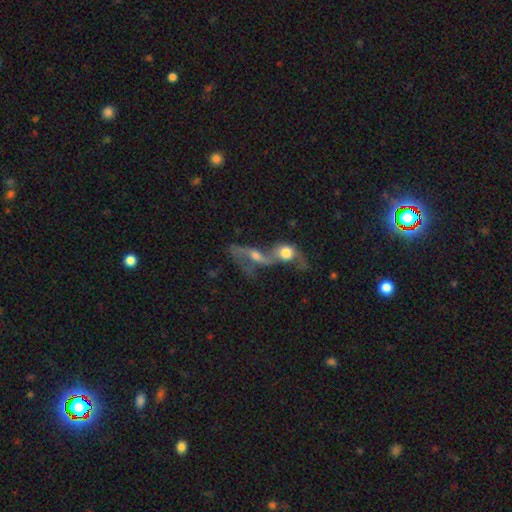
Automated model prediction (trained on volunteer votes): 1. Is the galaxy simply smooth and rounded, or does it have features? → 56% featured or disk, 29% smooth, 15% star or artifact.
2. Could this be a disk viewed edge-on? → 84% no, 16% yes.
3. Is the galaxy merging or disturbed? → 73% merger, 12% none, 10% major disturbance, 5% minor disturbance.